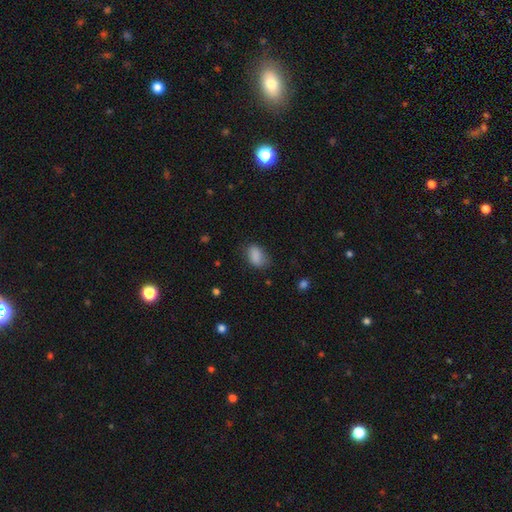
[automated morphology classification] smooth 86%, star or artifact 9%, featured or disk 5%. Down the decision tree: how rounded — in between (85%); merging — none (68%).